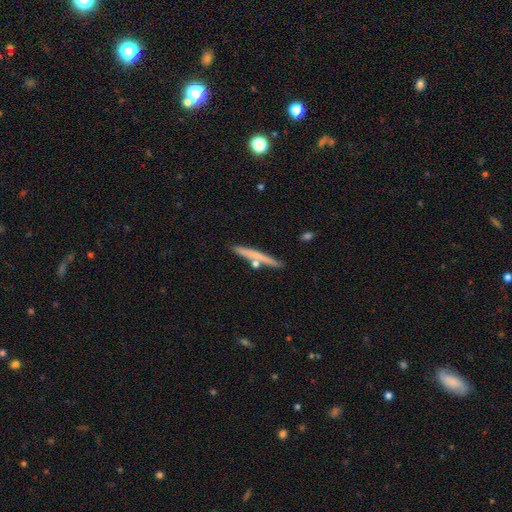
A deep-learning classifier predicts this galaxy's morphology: The model was most divided on "smooth or featured": smooth: 52%, featured or disk: 41%, star or artifact: 6%. More confident: how rounded — cigar-shaped (95%); merging — none (83%).